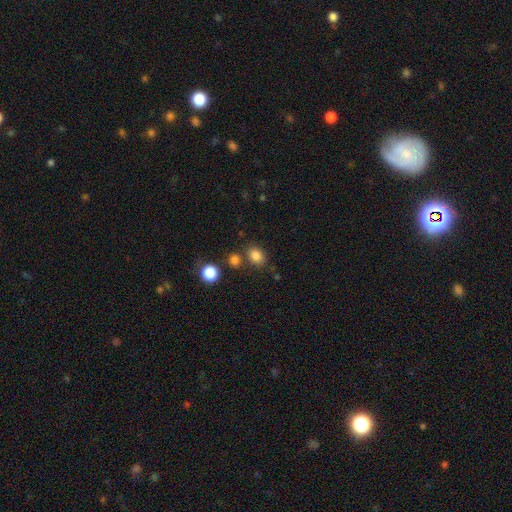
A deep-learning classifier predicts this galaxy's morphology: smooth-or-featured: smooth: 82% | star or artifact: 13% | featured or disk: 5%
  how-rounded: in between: 54% | round: 45% | cigar-shaped: 1%
  merging: none: 74% | minor disturbance: 11% | merger: 11% | major disturbance: 4%